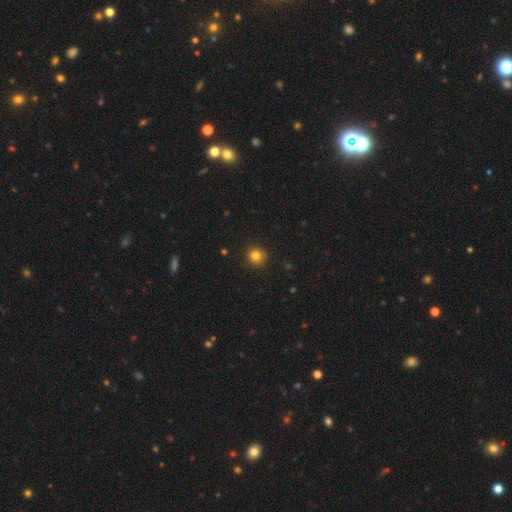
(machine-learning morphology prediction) Smooth or featured?
  - smooth: 82% *
  - star or artifact: 12%
  - featured or disk: 5%
How rounded?
  - round: 92% *
  - in between: 7%
  - cigar-shaped: 1%
Merging?
  - none: 89% *
  - minor disturbance: 8%
  - major disturbance: 2%
  - merger: 1%